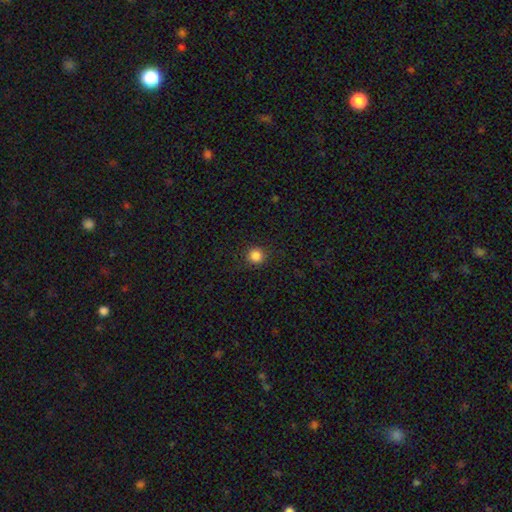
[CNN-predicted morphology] A smooth galaxy with no disk features (85%) that is round (93%). Merging: none (89%).